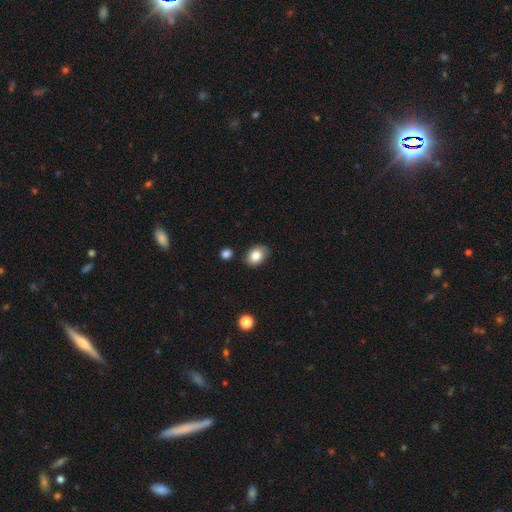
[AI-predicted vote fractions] A smooth galaxy with no disk features (84%) that is in between round and cigar-shaped (66%).

Vote fractions:
- Smooth or featured? smooth: 84% / star or artifact: 8% / featured or disk: 8%
- How rounded? in between: 66% / round: 33% / cigar-shaped: 1%
- Merging? none: 82% / minor disturbance: 12% / merger: 3% / major disturbance: 3%